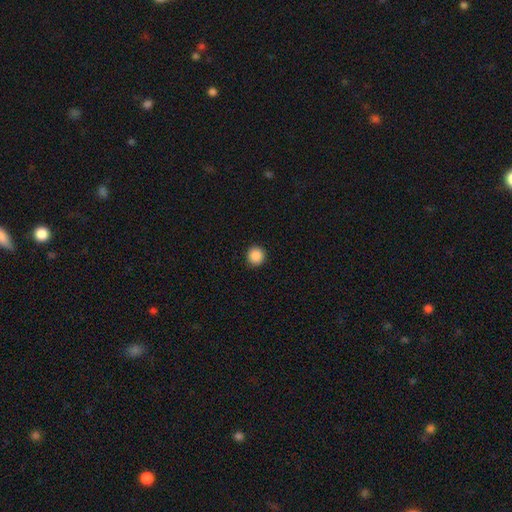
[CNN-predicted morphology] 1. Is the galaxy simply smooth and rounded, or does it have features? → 89% smooth, 9% star or artifact, 2% featured or disk.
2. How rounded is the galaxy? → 93% round, 6% in between, 1% cigar-shaped.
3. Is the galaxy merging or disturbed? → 92% none, 5% minor disturbance, 2% major disturbance, 1% merger.